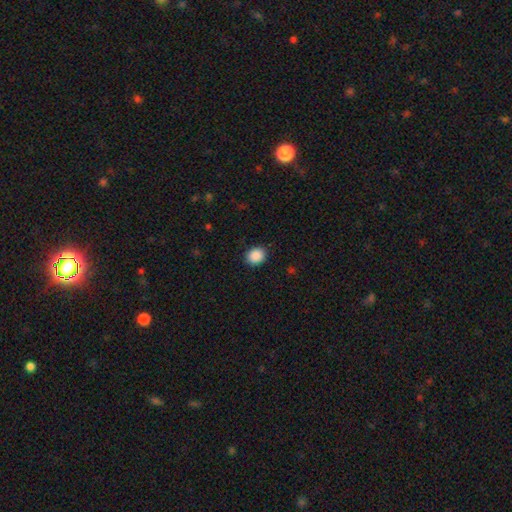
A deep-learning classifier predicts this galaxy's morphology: This is clearly a smooth galaxy (89%). How rounded: likely round (69%). Merging: clearly none (90%).